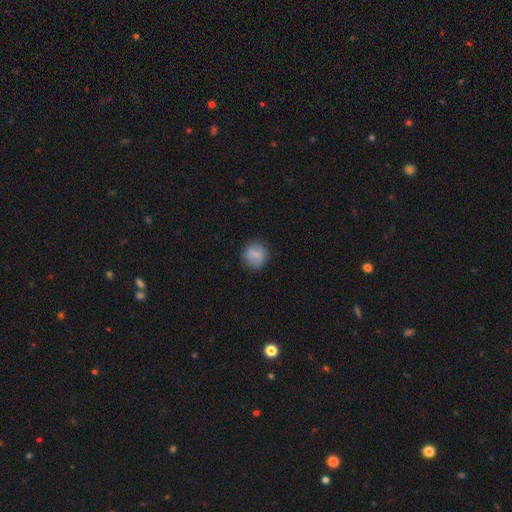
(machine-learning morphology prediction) smooth-or-featured: smooth: 72% | featured or disk: 19% | star or artifact: 9%
  how-rounded: round: 84% | in between: 15% | cigar-shaped: 1%
  merging: none: 83% | minor disturbance: 12% | major disturbance: 4% | merger: 1%